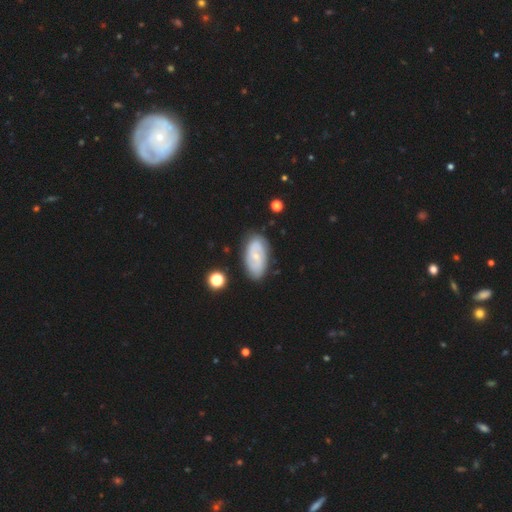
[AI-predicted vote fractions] smooth-or-featured: featured or disk: 64% | smooth: 30% | star or artifact: 7%
  disk-edge-on: no: 94% | yes: 6%
    bar: no: 62% | weak: 32% | strong: 6%
    has-spiral-arms: yes: 83% | no: 17%
    bulge-size: small: 72% | moderate: 23% | none: 3% | large: 1% | dominant: 1%
  merging: none: 80% | minor disturbance: 15% | major disturbance: 4% | merger: 2%